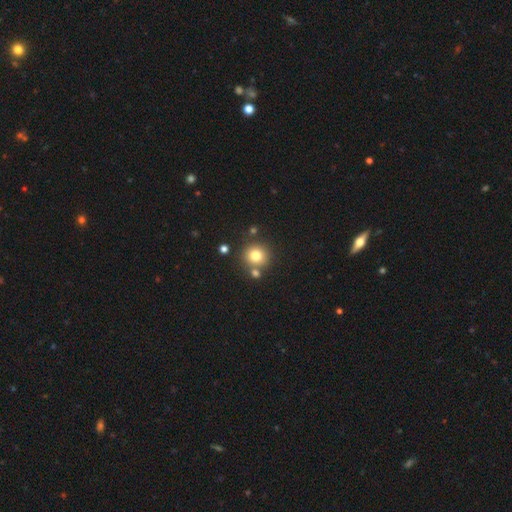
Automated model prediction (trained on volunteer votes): Smooth or featured? Predicted: smooth (p=0.79). How rounded? Predicted: round (p=0.91). Merging? Predicted: none (p=0.75).